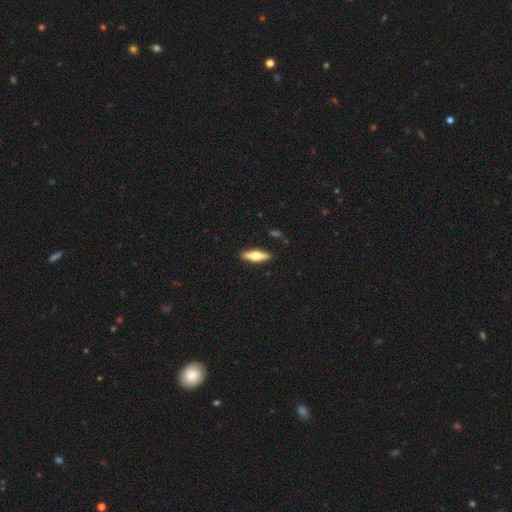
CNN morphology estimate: Smooth or featured: smooth — 48% (featured or disk — 47%)
Merging: none — 90% (minor disturbance — 7%)